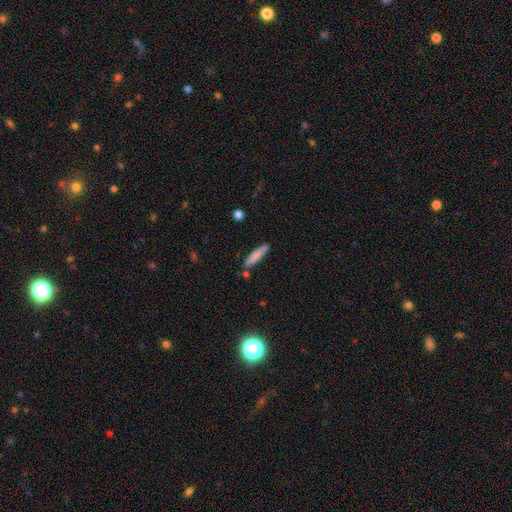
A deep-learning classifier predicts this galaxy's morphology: This is likely a smooth galaxy (79%). How rounded: clearly cigar-shaped (90%). Merging: clearly none (82%).